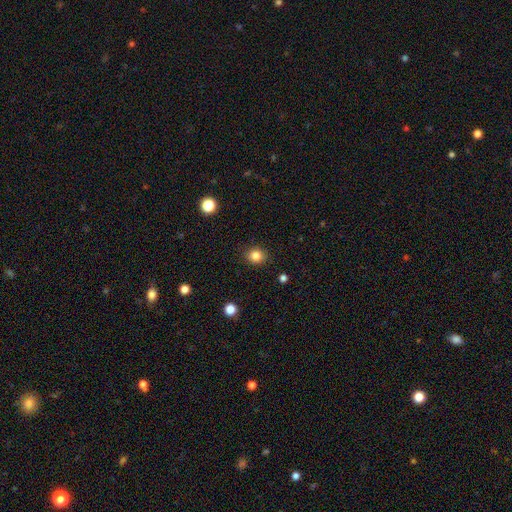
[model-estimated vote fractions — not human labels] Morphology: type=smooth (84%); roundness=round (75%); merging=none (89%).